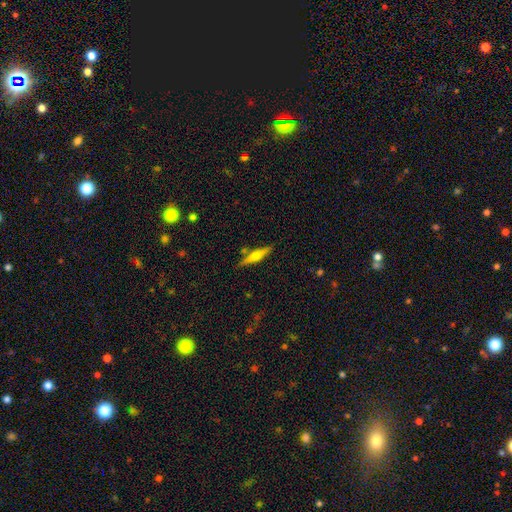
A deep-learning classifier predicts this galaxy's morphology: A featured or disk galaxy (56%) viewed edge-on (96%) with a rounded central bulge (83%).

Vote fractions:
- Smooth or featured? featured or disk: 56% / smooth: 38% / star or artifact: 6%
- Edge-on disk? yes: 96% / no: 4%
- Edge-on bulge? rounded: 83% / boxy: 9% / none: 8%
- Merging? none: 83% / minor disturbance: 10% / merger: 4% / major disturbance: 2%